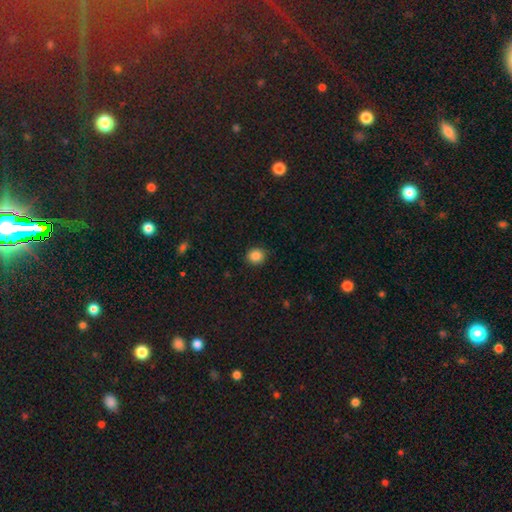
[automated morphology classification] Smooth or featured: smooth — 86% (star or artifact — 10%)
How rounded: round — 81% (in between — 19%)
Merging: none — 90% (minor disturbance — 7%)